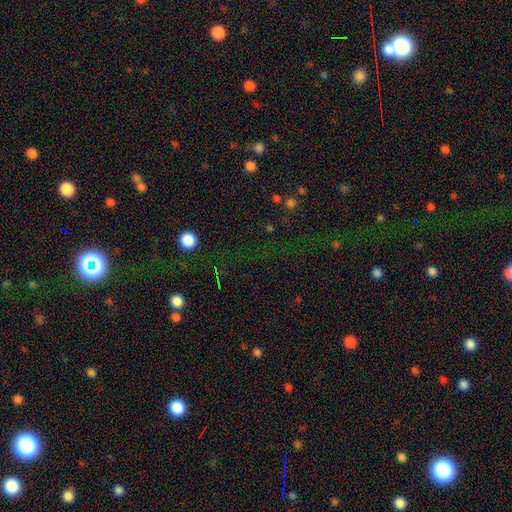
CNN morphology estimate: Smooth or featured: star or artifact — 68% (smooth — 23%)